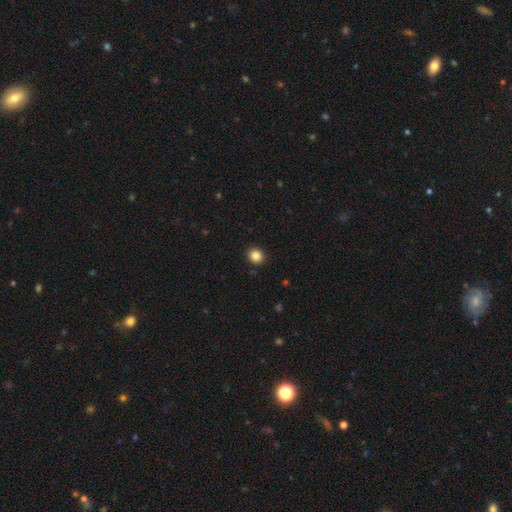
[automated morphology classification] Q: Smooth or featured?
A: smooth (86%); runner-up: star or artifact (11%)
Q: How rounded?
A: round (82%); runner-up: in between (17%)
Q: Merging?
A: none (92%); runner-up: minor disturbance (6%)